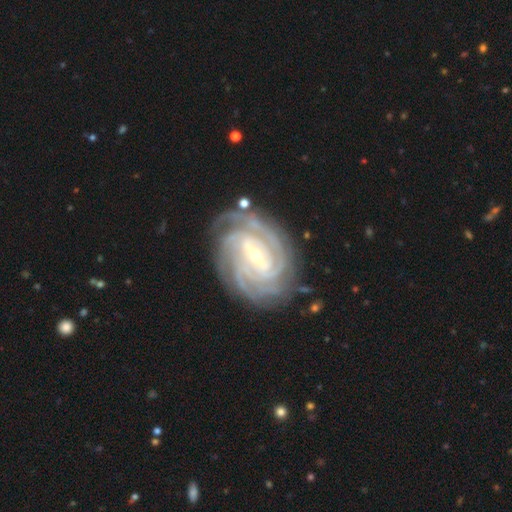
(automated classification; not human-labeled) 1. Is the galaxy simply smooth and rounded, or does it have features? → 93% featured or disk, 4% star or artifact, 3% smooth.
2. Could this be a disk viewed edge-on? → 97% no, 3% yes.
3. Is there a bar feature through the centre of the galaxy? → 44% weak, 42% strong, 14% no.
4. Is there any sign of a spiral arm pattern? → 99% yes, 1% no.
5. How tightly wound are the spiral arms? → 79% tight, 18% medium, 2% loose.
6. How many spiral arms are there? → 37% 4, 20% 3, 15% can't tell, 12% more than 4, 10% 2, 7% 1.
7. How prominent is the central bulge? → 53% small, 44% moderate, 2% large, 1% none, 1% dominant.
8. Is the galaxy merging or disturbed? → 80% none, 14% minor disturbance, 4% major disturbance, 2% merger.